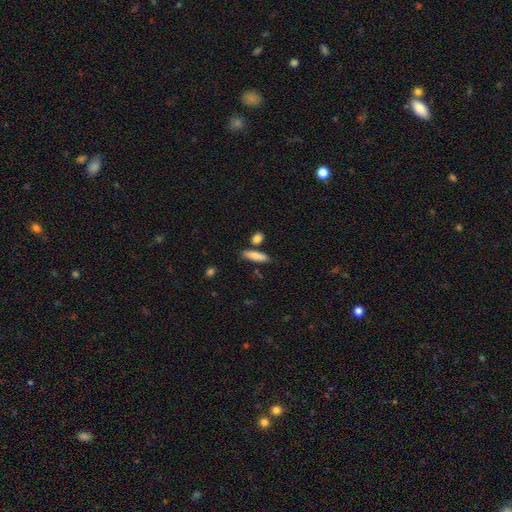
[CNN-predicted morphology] Smooth or featured? Predicted: smooth (p=0.84). How rounded? Predicted: cigar-shaped (p=0.58). Merging? Predicted: none (p=0.78).